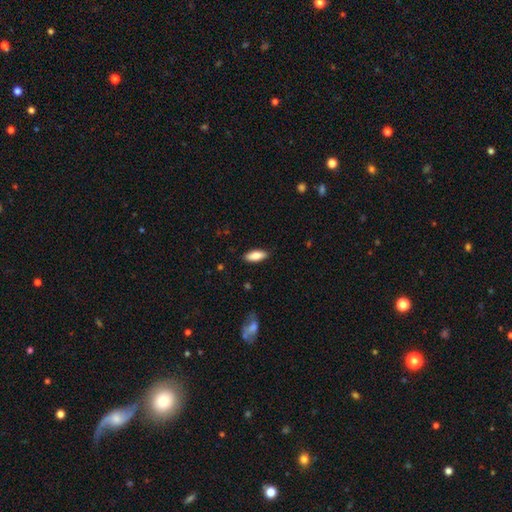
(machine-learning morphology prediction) smooth_or_featured: smooth (p=0.85) [alt: featured or disk p=0.09]
how_rounded: in between (p=0.75) [alt: cigar-shaped p=0.23]
merging: none (p=0.88) [alt: minor disturbance p=0.09]